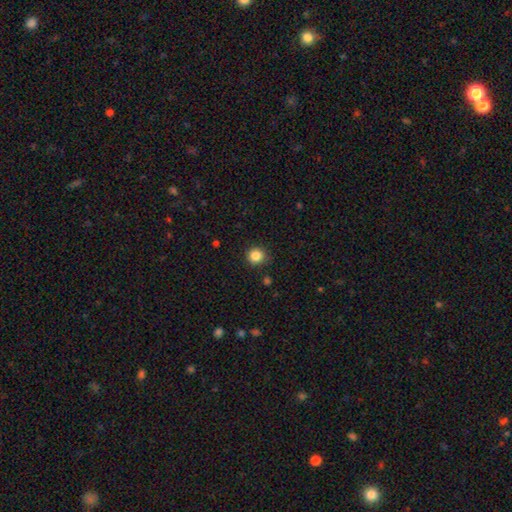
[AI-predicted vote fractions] Smooth or featured?
  - smooth: 85% *
  - star or artifact: 11%
  - featured or disk: 4%
How rounded?
  - round: 92% *
  - in between: 7%
  - cigar-shaped: 1%
Merging?
  - none: 87% *
  - minor disturbance: 9%
  - major disturbance: 2%
  - merger: 1%